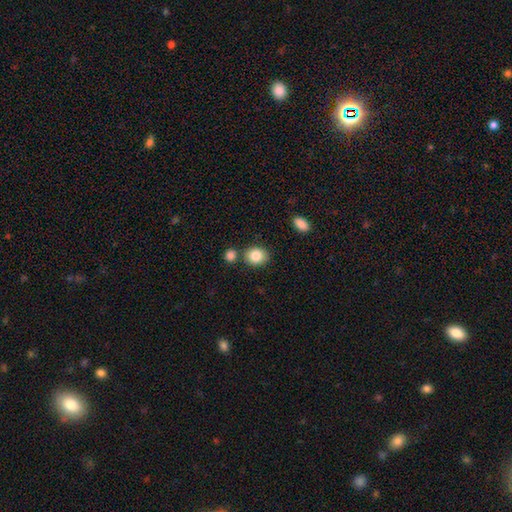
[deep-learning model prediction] smooth 85%, star or artifact 8%, featured or disk 6%. Down the decision tree: how rounded — round (60%); merging — none (76%).